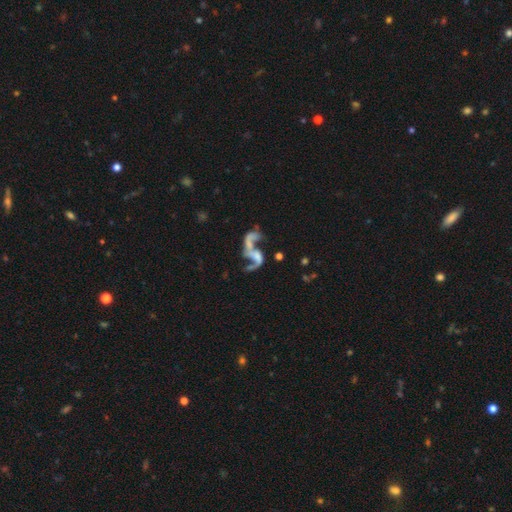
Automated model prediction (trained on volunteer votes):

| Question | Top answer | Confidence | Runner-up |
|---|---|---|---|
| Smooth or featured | featured or disk | 75% | smooth (15%) |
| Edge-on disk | no | 97% | yes (3%) |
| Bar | no | 62% | weak (27%) |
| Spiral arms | yes | 73% | no (27%) |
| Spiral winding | loose | 86% | medium (12%) |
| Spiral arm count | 2 | 77% | 1 (12%) |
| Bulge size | none | 51% | small (24%) |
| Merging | merger | 39% | major disturbance (27%) |